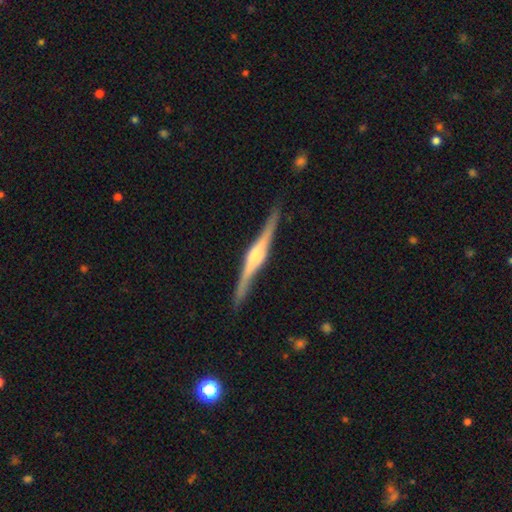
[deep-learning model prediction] Overall: featured or disk (84%). Edge-on disk: yes (98%). Edge-on bulge: rounded (73%). Merging: none (89%).